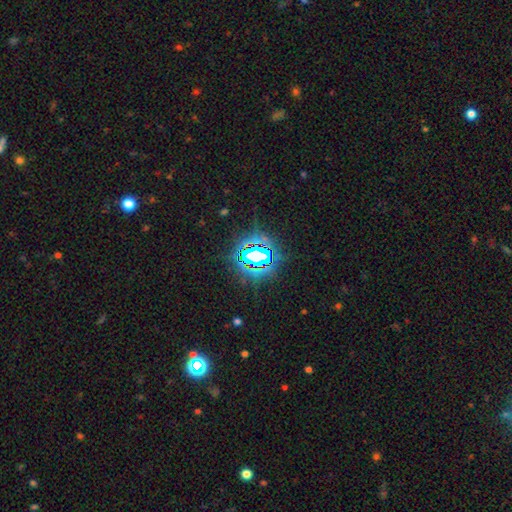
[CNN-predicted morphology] Overall: star or artifact (78%).